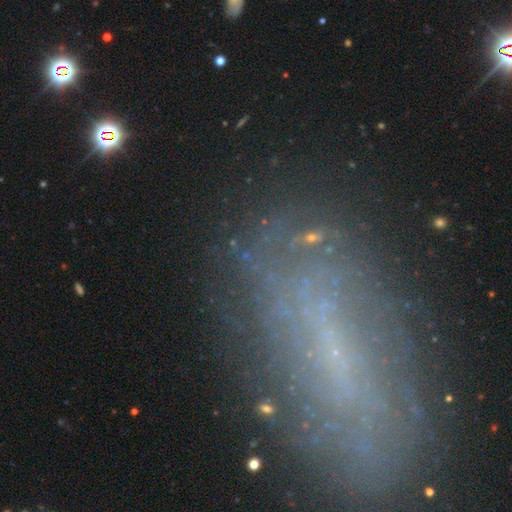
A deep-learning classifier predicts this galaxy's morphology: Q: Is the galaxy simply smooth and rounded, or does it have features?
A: featured or disk — 54%.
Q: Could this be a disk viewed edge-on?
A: no — 84%.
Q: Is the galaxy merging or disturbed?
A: none — 71%.